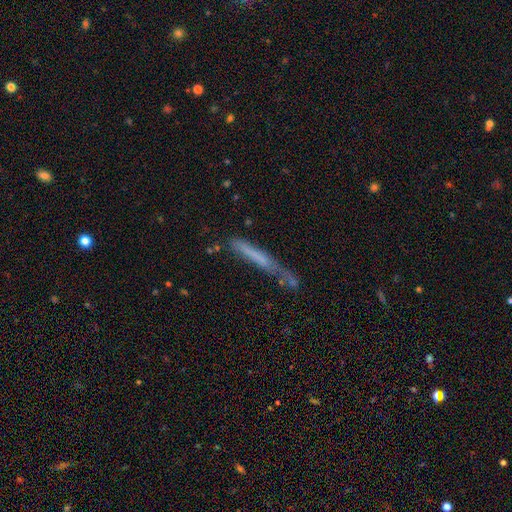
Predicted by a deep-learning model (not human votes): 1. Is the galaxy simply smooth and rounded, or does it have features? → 52% smooth, 39% featured or disk, 9% star or artifact.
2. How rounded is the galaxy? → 95% cigar-shaped, 4% in between, 2% round.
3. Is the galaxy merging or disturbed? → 51% none, 25% minor disturbance, 14% major disturbance, 10% merger.